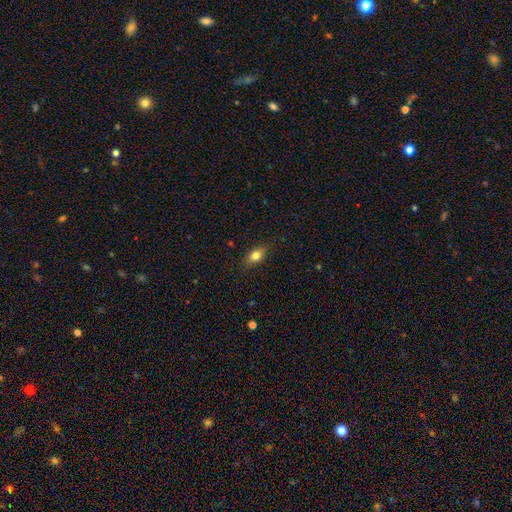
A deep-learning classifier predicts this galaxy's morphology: Smooth or featured?
  - smooth: 79% *
  - featured or disk: 12%
  - star or artifact: 9%
How rounded?
  - in between: 79% *
  - round: 15%
  - cigar-shaped: 6%
Merging?
  - none: 83% *
  - minor disturbance: 13%
  - major disturbance: 3%
  - merger: 1%